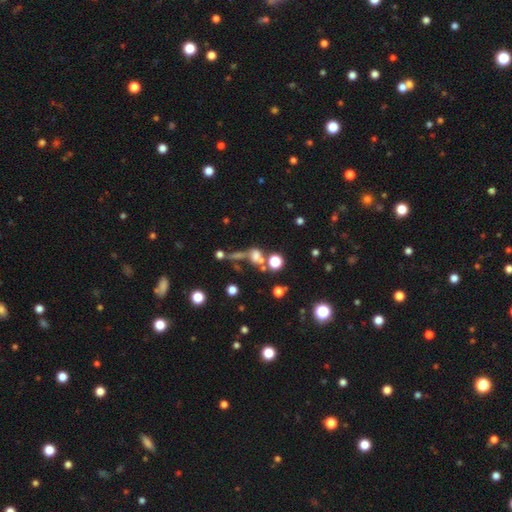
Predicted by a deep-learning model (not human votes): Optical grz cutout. It shows a smooth galaxy with no disk features (49%). Merging: merger (40%).